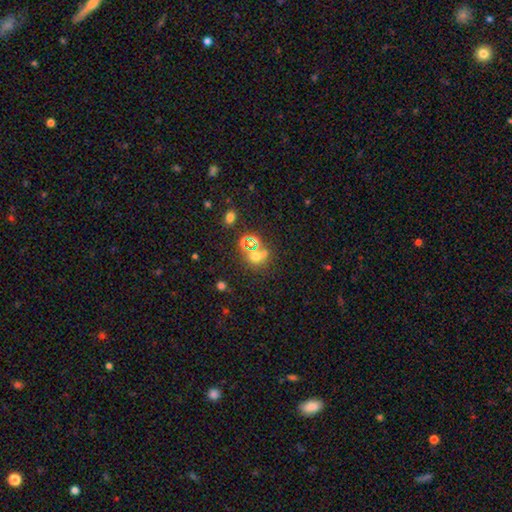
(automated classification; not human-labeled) Smooth or featured? smooth (51%)
How rounded? round (78%)
Merging? none (57%)